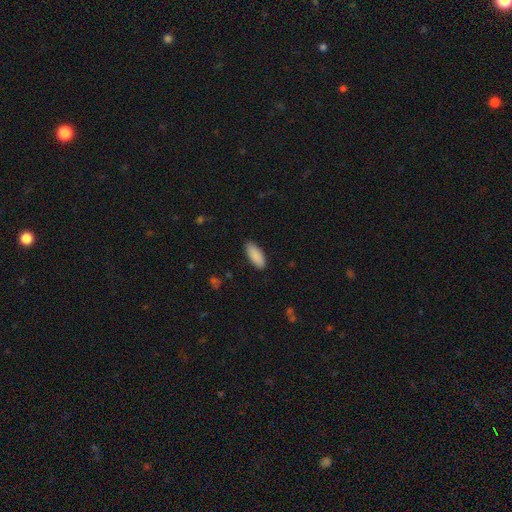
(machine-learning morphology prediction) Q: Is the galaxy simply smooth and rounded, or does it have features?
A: smooth — 90%.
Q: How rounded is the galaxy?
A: in between — 76%.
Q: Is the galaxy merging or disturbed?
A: none — 88%.